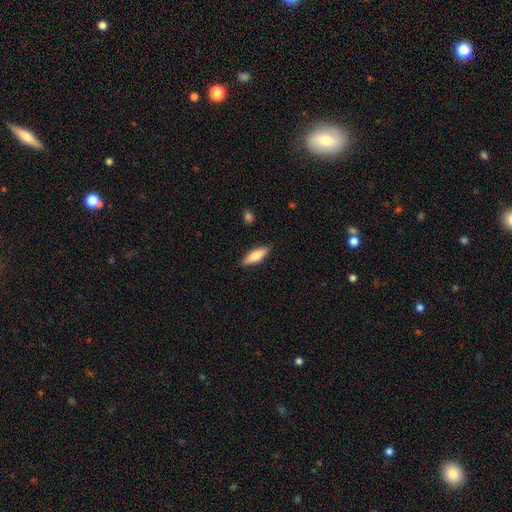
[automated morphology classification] Smooth or featured? Predicted: smooth (p=0.66). How rounded? Predicted: cigar-shaped (p=0.49). Merging? Predicted: none (p=0.85).